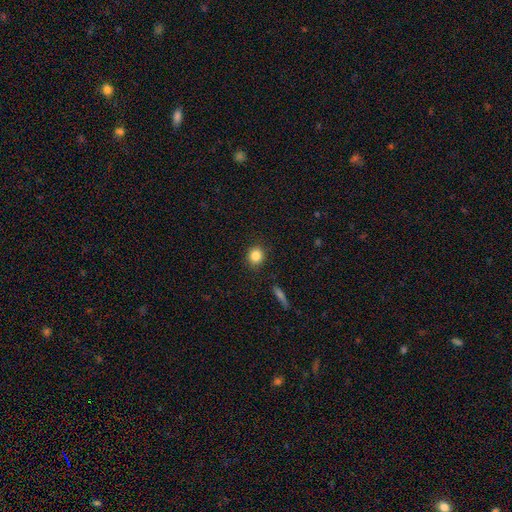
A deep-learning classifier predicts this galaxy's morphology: smooth_or_featured: smooth (p=0.85) [alt: star or artifact p=0.10]
how_rounded: round (p=0.82) [alt: in between p=0.16]
merging: none (p=0.89) [alt: minor disturbance p=0.08]